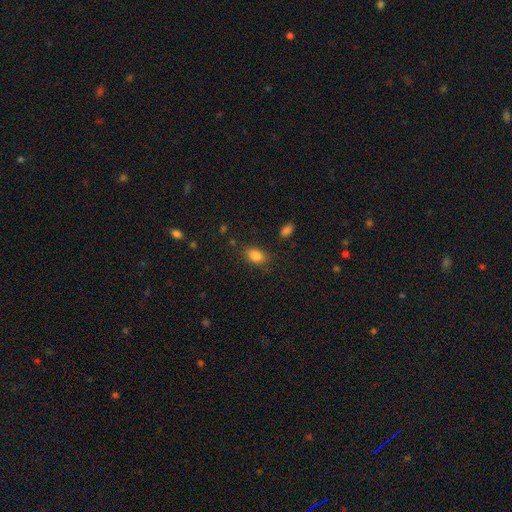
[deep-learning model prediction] Q: Smooth or featured?
A: smooth (84%); runner-up: star or artifact (10%)
Q: How rounded?
A: in between (83%); runner-up: round (15%)
Q: Merging?
A: none (81%); runner-up: minor disturbance (13%)